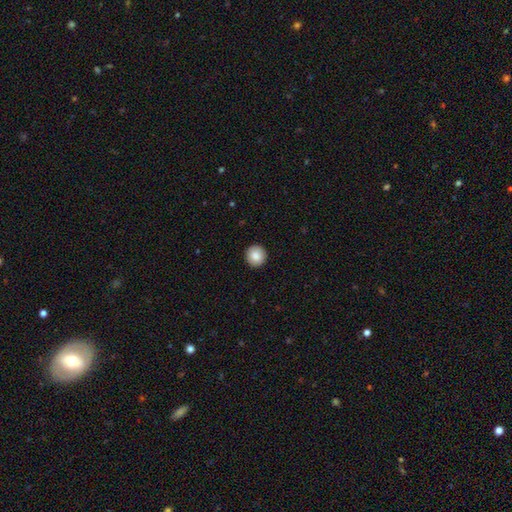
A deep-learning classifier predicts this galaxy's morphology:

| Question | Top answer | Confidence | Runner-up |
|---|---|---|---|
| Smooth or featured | smooth | 86% | star or artifact (8%) |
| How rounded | round | 94% | in between (5%) |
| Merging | none | 93% | minor disturbance (5%) |